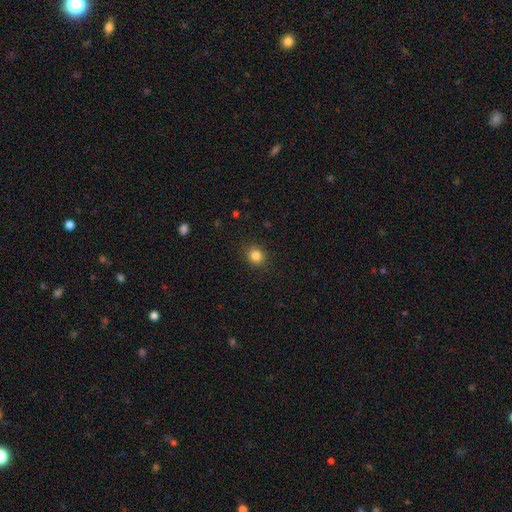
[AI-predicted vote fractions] Smooth or featured: smooth — 84% (star or artifact — 11%)
How rounded: round — 73% (in between — 26%)
Merging: none — 89% (minor disturbance — 8%)